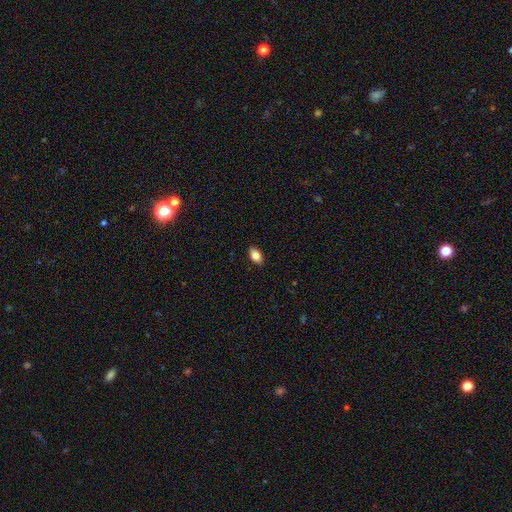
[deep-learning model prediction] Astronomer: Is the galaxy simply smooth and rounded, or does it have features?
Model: smooth — 84%.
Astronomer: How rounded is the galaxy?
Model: in between — 91%.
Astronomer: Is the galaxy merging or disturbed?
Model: none — 89%.